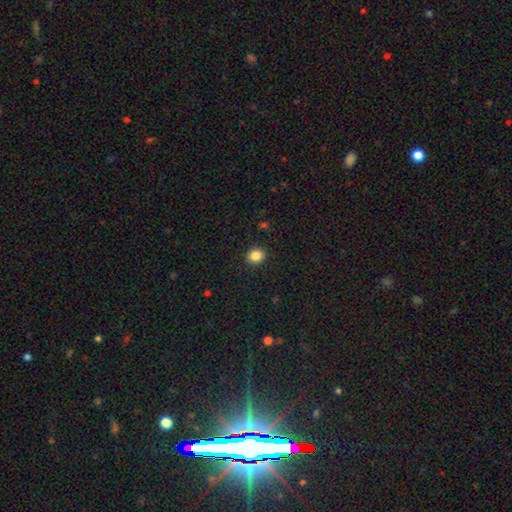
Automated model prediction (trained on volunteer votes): smooth-or-featured: smooth: 85% | star or artifact: 10% | featured or disk: 5%
  how-rounded: round: 75% | in between: 24% | cigar-shaped: 1%
  merging: none: 92% | minor disturbance: 6% | major disturbance: 2% | merger: 1%